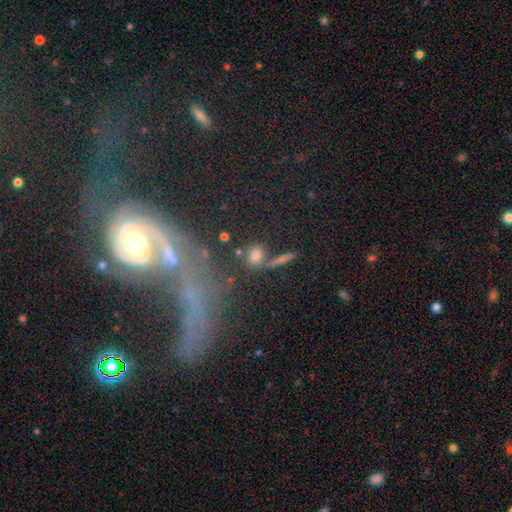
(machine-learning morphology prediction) smooth 64%, featured or disk 19%, star or artifact 18%. Down the decision tree: how rounded — round (45%); merging — none (67%).